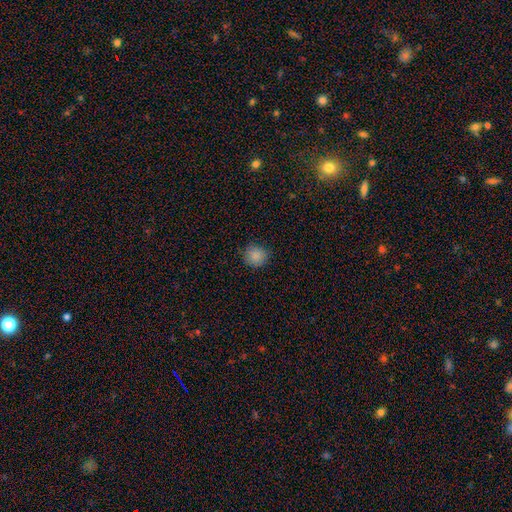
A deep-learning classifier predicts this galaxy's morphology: A smooth galaxy with no disk features (86%) that is round (89%).

Vote fractions:
- Smooth or featured? smooth: 86% / star or artifact: 10% / featured or disk: 3%
- How rounded? round: 89% / in between: 10% / cigar-shaped: 1%
- Merging? none: 88% / minor disturbance: 9% / major disturbance: 2% / merger: 1%